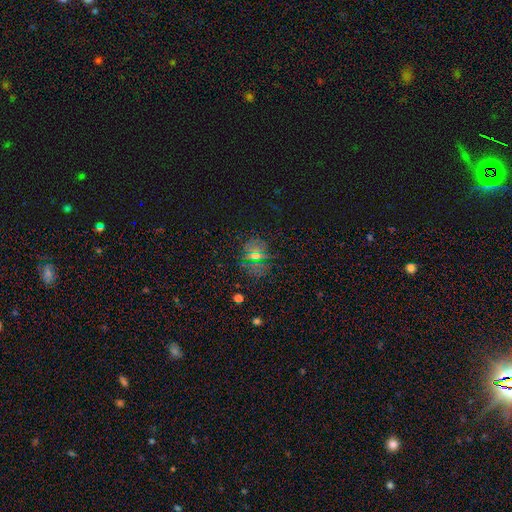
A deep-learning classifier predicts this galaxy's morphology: Smooth or featured? Predicted: smooth (p=0.50). How rounded? Predicted: round (p=0.79). Merging? Predicted: none (p=0.81).